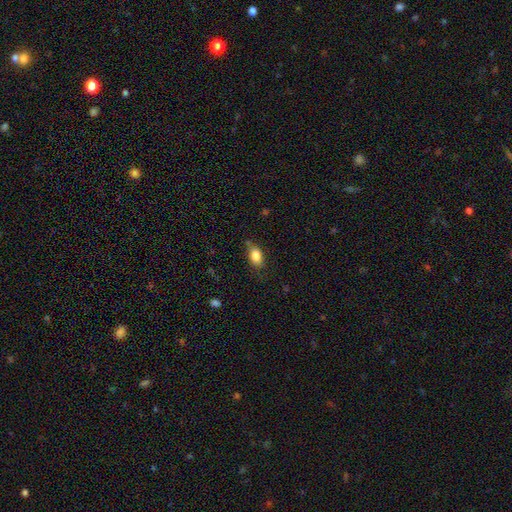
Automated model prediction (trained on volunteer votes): smooth_or_featured: smooth (p=0.84) [alt: star or artifact p=0.08]
how_rounded: in between (p=0.86) [alt: round p=0.11]
merging: none (p=0.71) [alt: minor disturbance p=0.21]